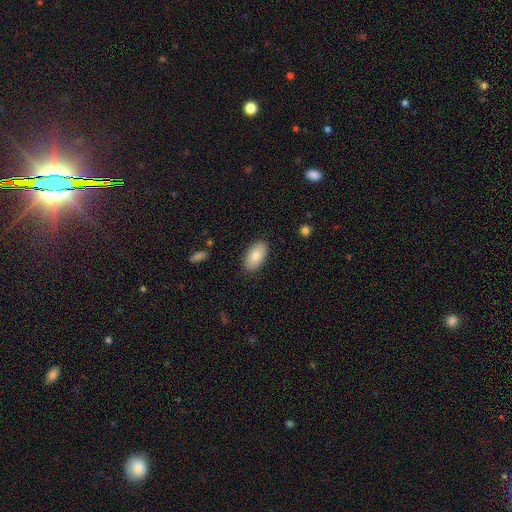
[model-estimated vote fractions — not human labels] smooth 84%, featured or disk 9%, star or artifact 6%. Down the decision tree: how rounded — in between (95%); merging — none (87%).